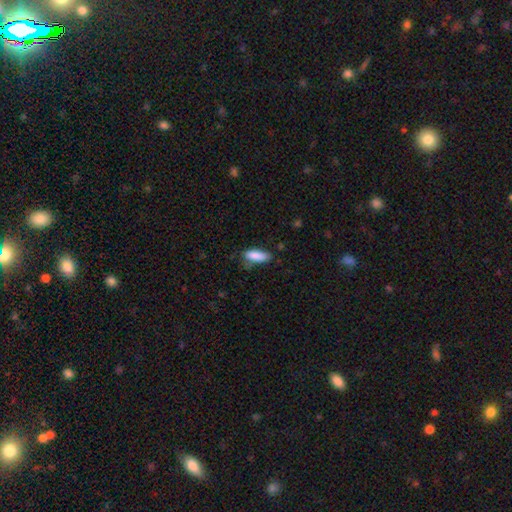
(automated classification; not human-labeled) A smooth galaxy with no disk features (86%) that is in between round and cigar-shaped (61%). Merging: none (66%).